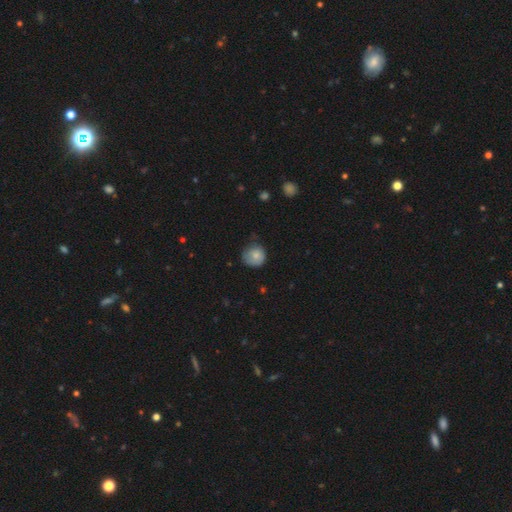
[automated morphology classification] A smooth galaxy with no disk features (77%) that is round (86%).

Vote fractions:
- Smooth or featured? smooth: 77% / featured or disk: 15% / star or artifact: 8%
- How rounded? round: 86% / in between: 14% / cigar-shaped: 1%
- Merging? none: 56% / minor disturbance: 33% / major disturbance: 9% / merger: 2%